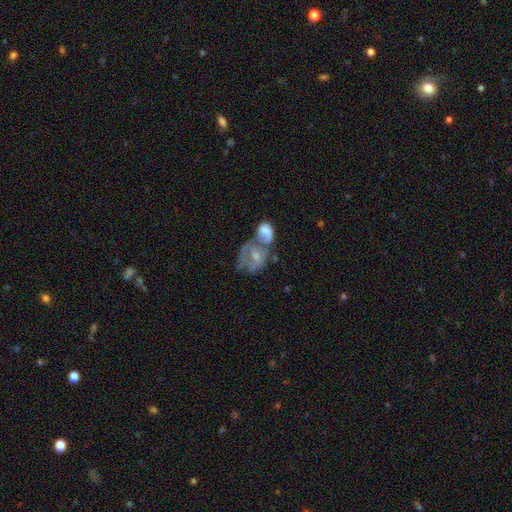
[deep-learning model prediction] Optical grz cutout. It shows a featured or disk galaxy (52%) with no bar (67%), no spiral arms (57%) and a moderate central bulge (40%). Merging: merger (57%).